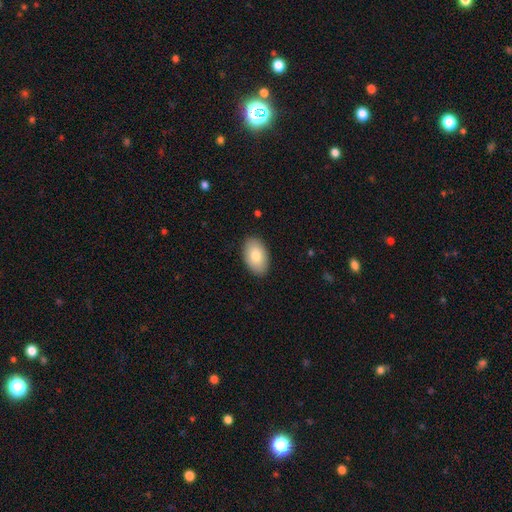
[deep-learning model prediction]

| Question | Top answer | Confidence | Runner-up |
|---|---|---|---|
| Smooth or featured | smooth | 81% | featured or disk (12%) |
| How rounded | in between | 94% | round (5%) |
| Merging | none | 88% | minor disturbance (9%) |